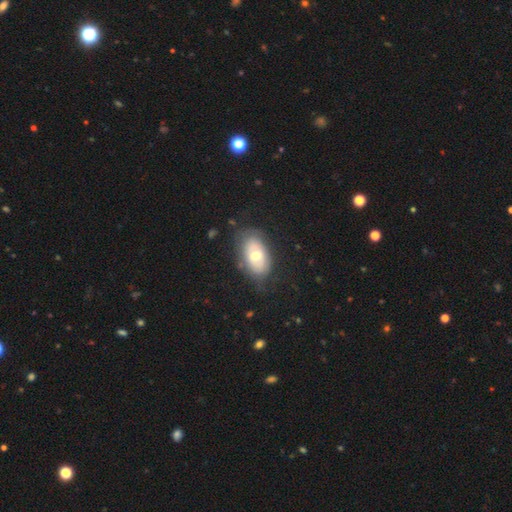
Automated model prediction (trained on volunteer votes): Q: Smooth or featured?
A: smooth (50%); runner-up: featured or disk (43%)
Q: How rounded?
A: in between (90%); runner-up: round (9%)
Q: Merging?
A: none (67%); runner-up: minor disturbance (22%)